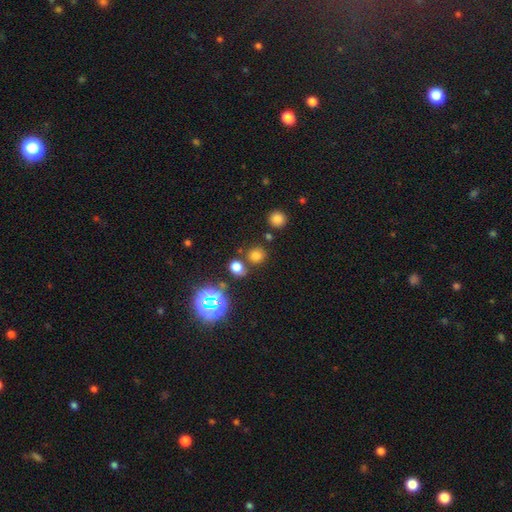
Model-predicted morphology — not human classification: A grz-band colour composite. It shows a smooth galaxy with no disk features (72%) that is round (81%). Merging: none (74%).